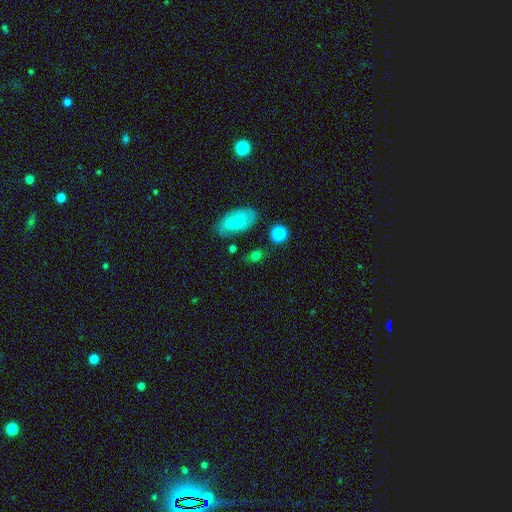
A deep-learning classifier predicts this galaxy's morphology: smooth-or-featured: smooth: 78% | star or artifact: 12% | featured or disk: 10%
  how-rounded: in between: 61% | round: 35% | cigar-shaped: 4%
  merging: none: 72% | minor disturbance: 15% | merger: 7% | major disturbance: 6%